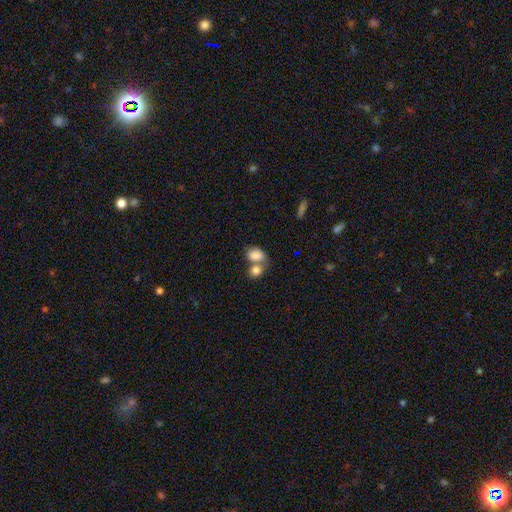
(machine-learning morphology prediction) Overall: smooth (82%). How rounded: in between (74%). Merging: merger (56%; none 30%).